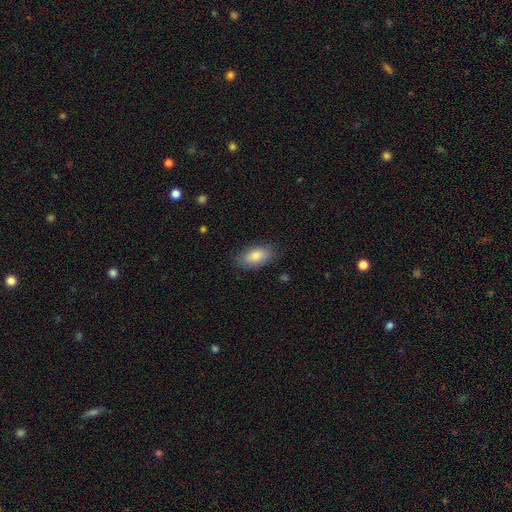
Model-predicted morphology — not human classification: This is clearly a smooth galaxy (81%). How rounded: clearly in between (92%). Merging: clearly none (85%).